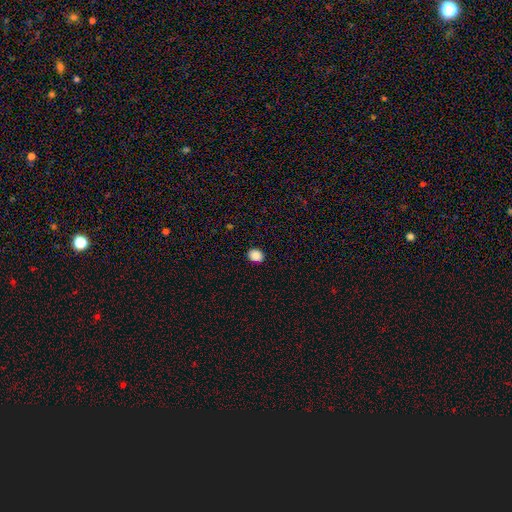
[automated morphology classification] Smooth or featured?
  - smooth: 88% *
  - star or artifact: 9%
  - featured or disk: 3%
How rounded?
  - round: 52% *
  - in between: 47%
  - cigar-shaped: 1%
Merging?
  - none: 90% *
  - minor disturbance: 7%
  - major disturbance: 2%
  - merger: 1%